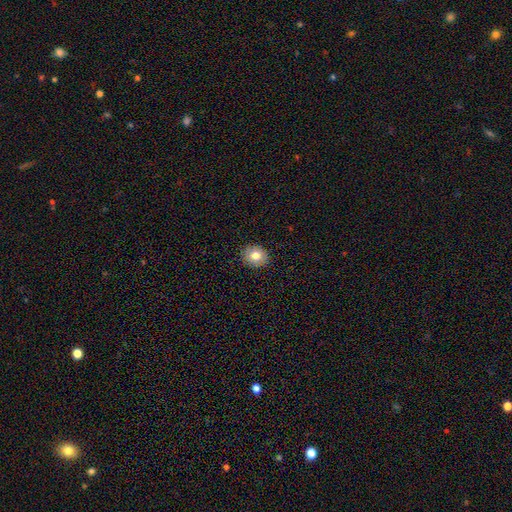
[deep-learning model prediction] A smooth galaxy with no disk features (78%) that is round (69%).

Vote fractions:
- Smooth or featured? smooth: 78% / featured or disk: 12% / star or artifact: 10%
- How rounded? round: 69% / in between: 30% / cigar-shaped: 1%
- Merging? none: 90% / minor disturbance: 7% / major disturbance: 2% / merger: 1%